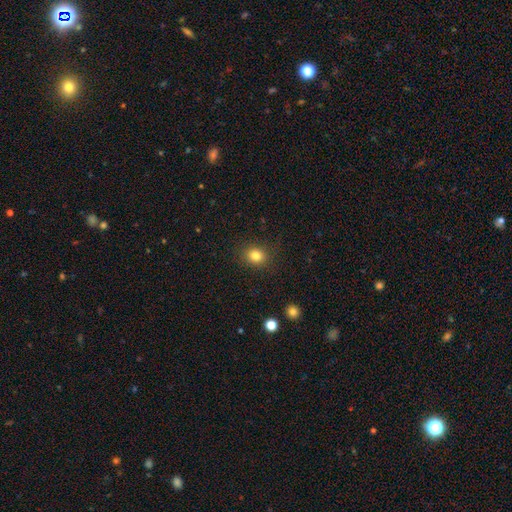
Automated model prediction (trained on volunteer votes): smooth-or-featured: smooth: 82% | star or artifact: 12% | featured or disk: 6%
  how-rounded: round: 71% | in between: 28% | cigar-shaped: 1%
  merging: none: 87% | minor disturbance: 9% | major disturbance: 3% | merger: 1%